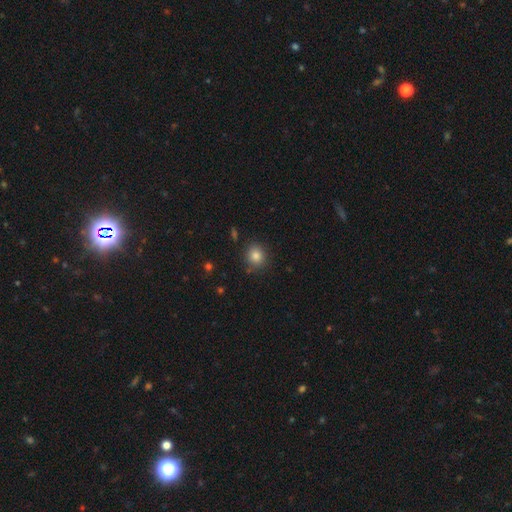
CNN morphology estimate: This is clearly a smooth galaxy (83%). How rounded: likely round (78%). Merging: clearly none (84%).